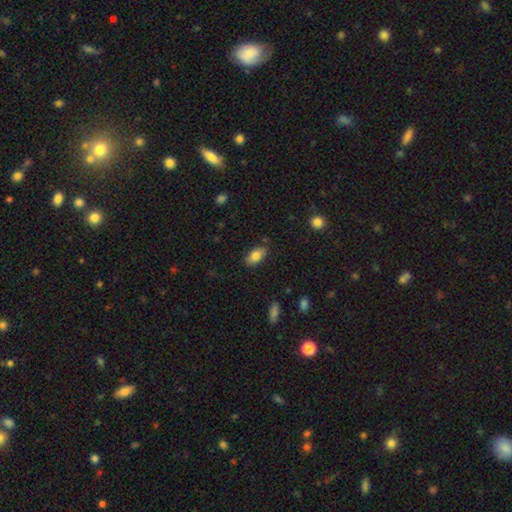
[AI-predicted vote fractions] Smooth or featured: smooth — 81% (featured or disk — 12%)
How rounded: in between — 92% (cigar-shaped — 5%)
Merging: none — 83% (minor disturbance — 13%)